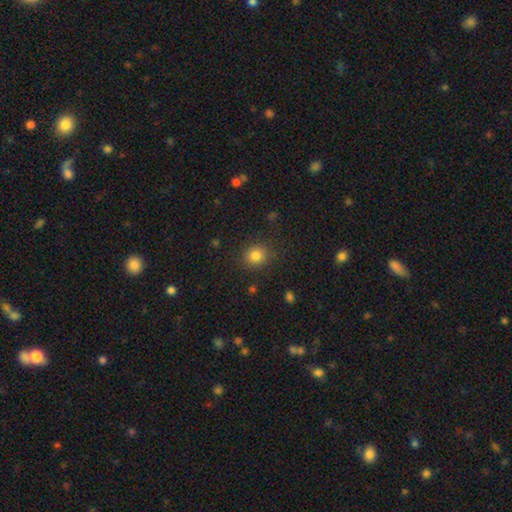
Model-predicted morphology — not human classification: Smooth or featured: smooth — 82% (star or artifact — 12%)
How rounded: round — 80% (in between — 19%)
Merging: none — 86% (minor disturbance — 9%)